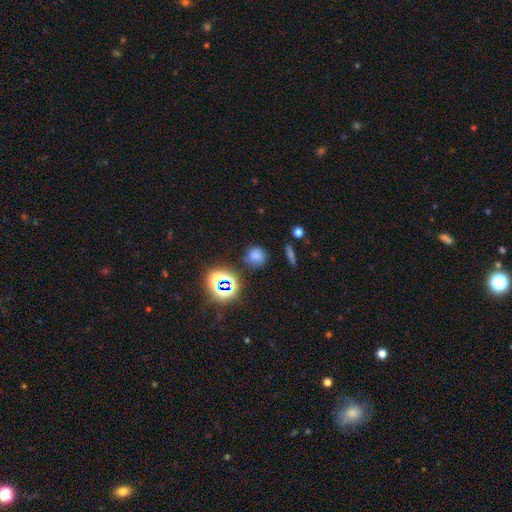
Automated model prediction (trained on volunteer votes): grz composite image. It shows a smooth galaxy with no disk features (67%) that is round (85%). Merging: none (78%).